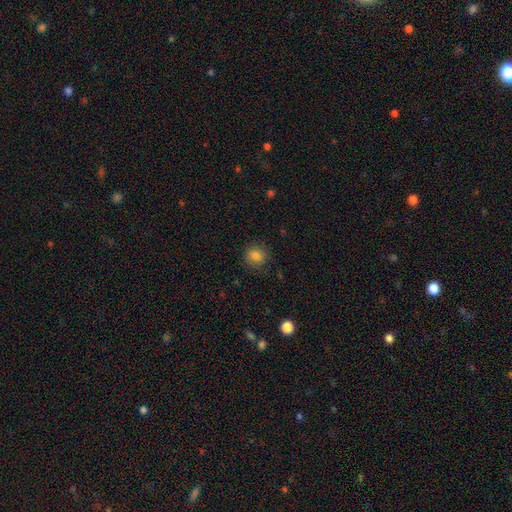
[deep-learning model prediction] Smooth or featured: smooth — 81% (star or artifact — 11%)
How rounded: round — 76% (in between — 23%)
Merging: none — 82% (minor disturbance — 13%)